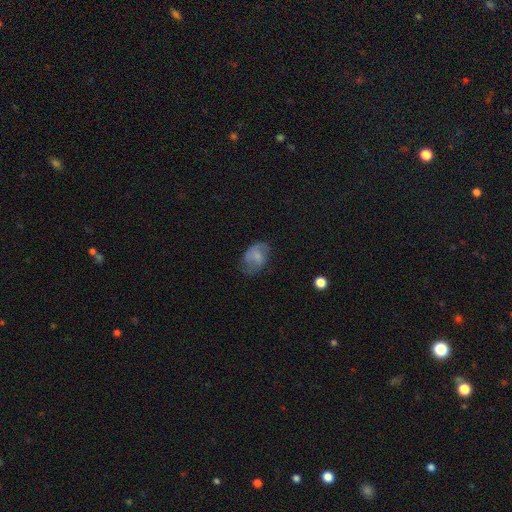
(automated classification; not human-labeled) This is possibly a smooth galaxy (52%). How rounded: likely in between (76%). Merging: possibly none (49%).